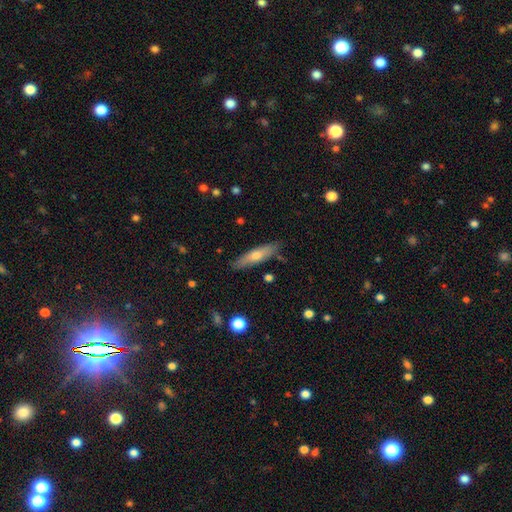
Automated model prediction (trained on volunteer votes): A smooth galaxy with no disk features (49%).

Vote fractions:
- Smooth or featured? smooth: 49% / featured or disk: 43% / star or artifact: 8%
- Merging? none: 86% / minor disturbance: 10% / major disturbance: 2% / merger: 2%